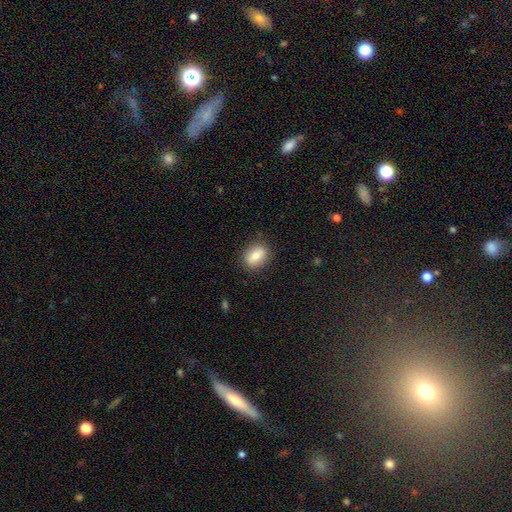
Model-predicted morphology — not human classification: smooth 78%, featured or disk 14%, star or artifact 8%. Down the decision tree: how rounded — in between (70%); merging — none (84%).